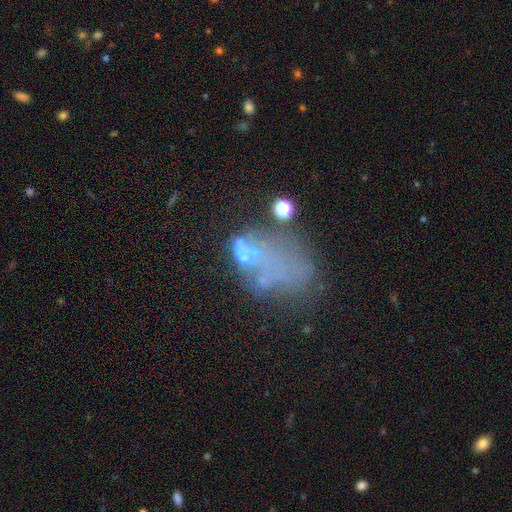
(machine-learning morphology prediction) smooth-or-featured: featured or disk: 46% | smooth: 29% | star or artifact: 25%
  merging: none: 36% | major disturbance: 29% | merger: 18% | minor disturbance: 17%